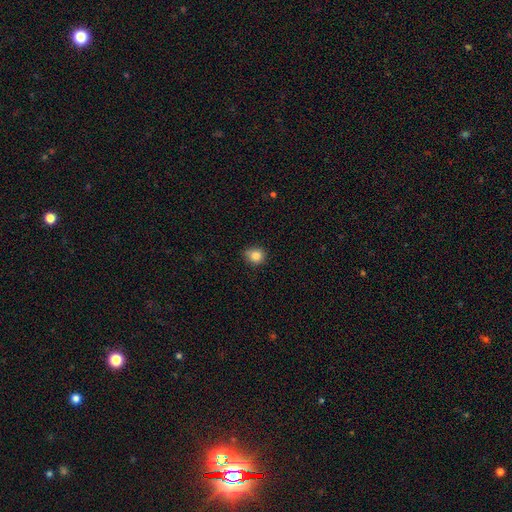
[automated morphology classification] Smooth or featured: smooth — 84% (star or artifact — 11%)
How rounded: round — 82% (in between — 17%)
Merging: none — 78% (minor disturbance — 18%)